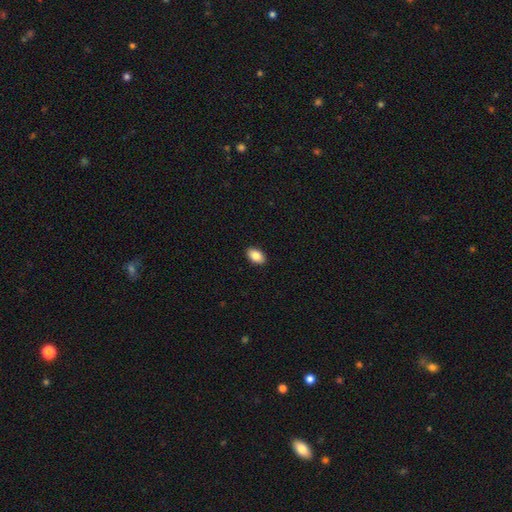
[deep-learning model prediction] Q: Smooth or featured?
A: smooth (86%); runner-up: star or artifact (7%)
Q: How rounded?
A: in between (92%); runner-up: round (6%)
Q: Merging?
A: none (91%); runner-up: minor disturbance (6%)